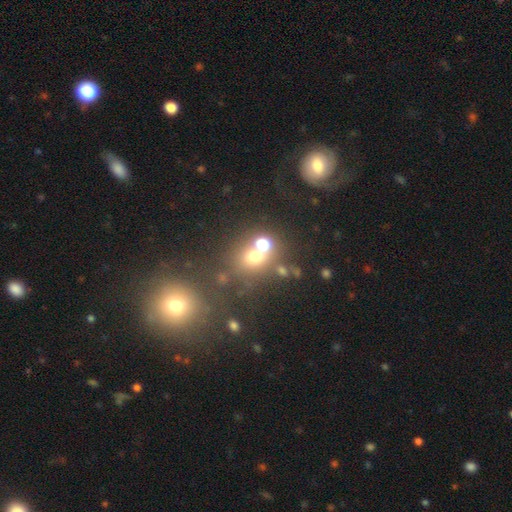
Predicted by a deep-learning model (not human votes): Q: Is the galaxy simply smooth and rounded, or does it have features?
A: smooth — 61%.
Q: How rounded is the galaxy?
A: round — 69%.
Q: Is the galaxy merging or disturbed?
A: none — 49%.